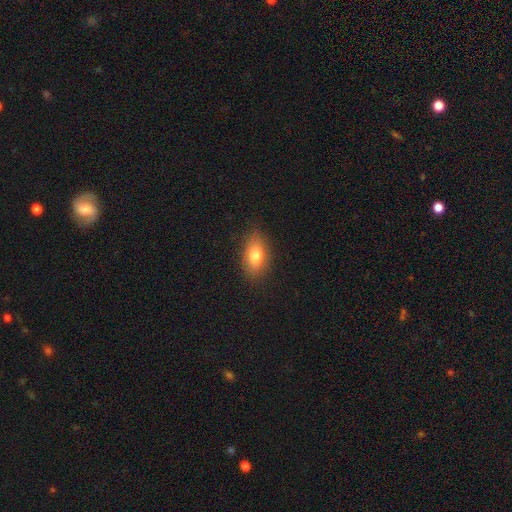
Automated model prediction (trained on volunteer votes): Overall: smooth (79%). How rounded: in between (87%). Merging: none (81%).